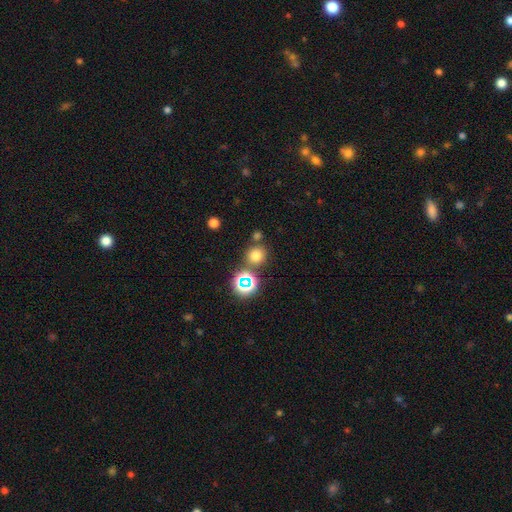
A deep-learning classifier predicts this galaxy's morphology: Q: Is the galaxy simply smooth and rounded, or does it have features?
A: smooth — 72%.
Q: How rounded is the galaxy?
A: round — 91%.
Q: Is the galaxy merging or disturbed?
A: none — 74%.